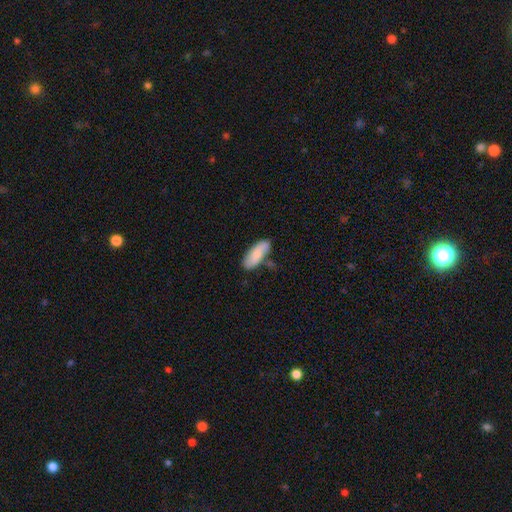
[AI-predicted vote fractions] Smooth or featured?
  - smooth: 76% *
  - featured or disk: 19%
  - star or artifact: 6%
How rounded?
  - in between: 72% *
  - cigar-shaped: 26%
  - round: 2%
Merging?
  - none: 69% *
  - minor disturbance: 19%
  - merger: 9%
  - major disturbance: 4%